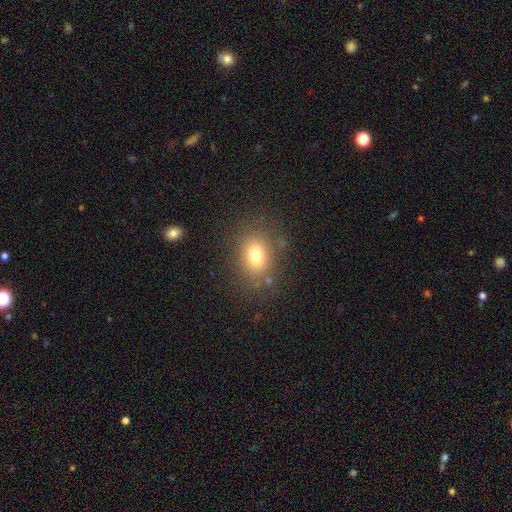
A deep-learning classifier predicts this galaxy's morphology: This appears to be a smooth galaxy with no disk features (75%) that is in between round and cigar-shaped (58%). Merging: none (79%).